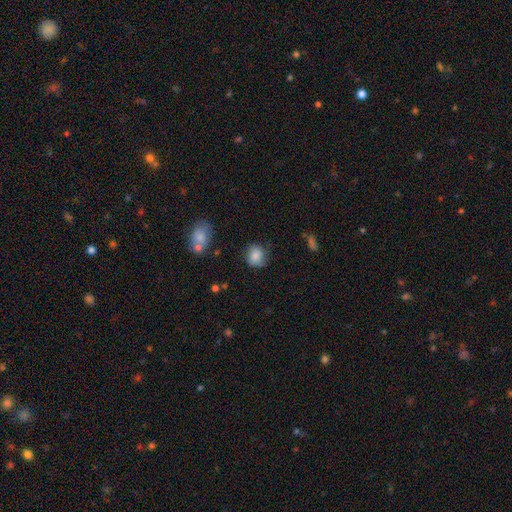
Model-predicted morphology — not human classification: Overall: smooth (79%). How rounded: round (72%). Merging: none (70%).